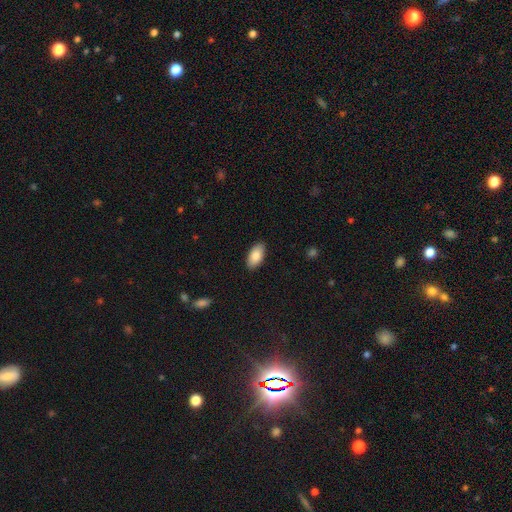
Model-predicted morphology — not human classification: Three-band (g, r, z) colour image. It shows a smooth galaxy with no disk features (87%) that is in between round and cigar-shaped (94%). Merging: none (89%).